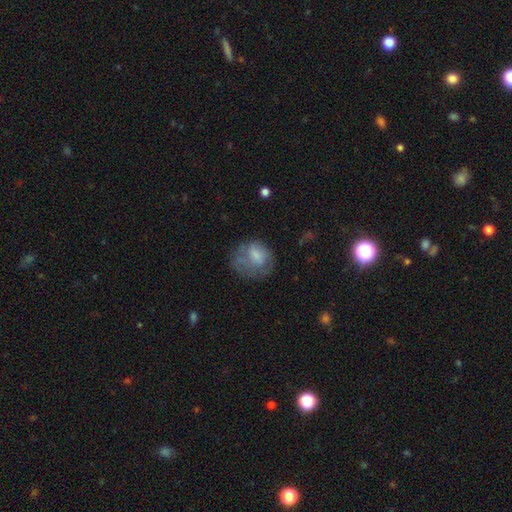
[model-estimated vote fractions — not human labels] Smooth or featured? Predicted: smooth (p=0.63). How rounded? Predicted: round (p=0.61). Merging? Predicted: none (p=0.44).